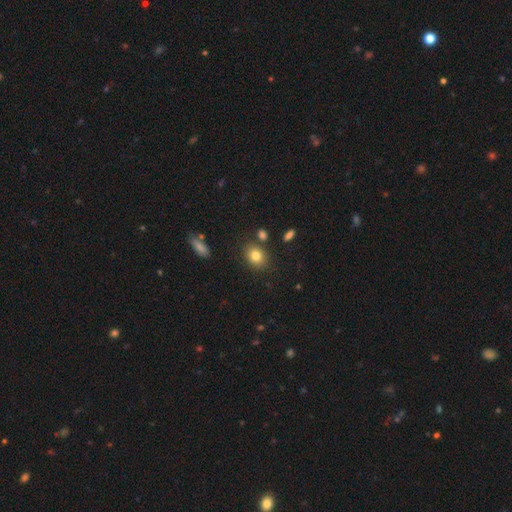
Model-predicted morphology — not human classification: Overall: smooth (80%). How rounded: in between (51%; round 47%). Merging: none (81%).